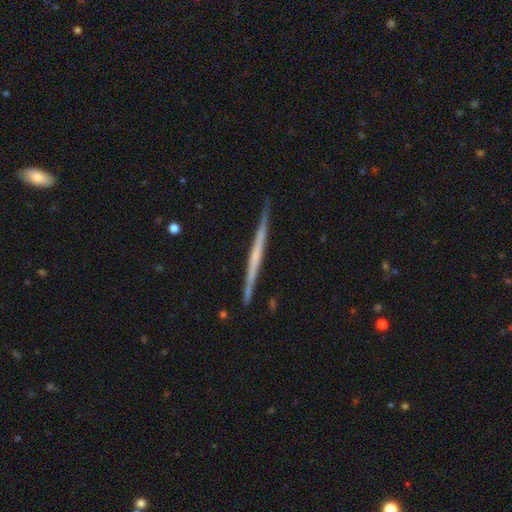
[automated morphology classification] featured or disk 64%, smooth 31%, star or artifact 5%. Down the decision tree: edge-on disk — yes (98%); edge-on bulge — none (82%); merging — none (89%).